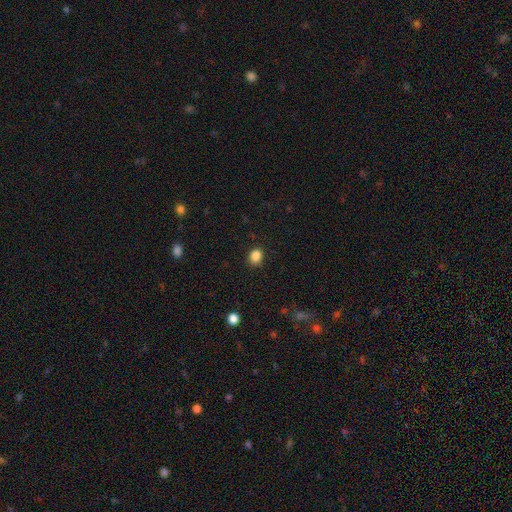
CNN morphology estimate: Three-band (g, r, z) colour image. It shows a smooth galaxy with no disk features (87%) that is round (55%). Merging: none (85%).